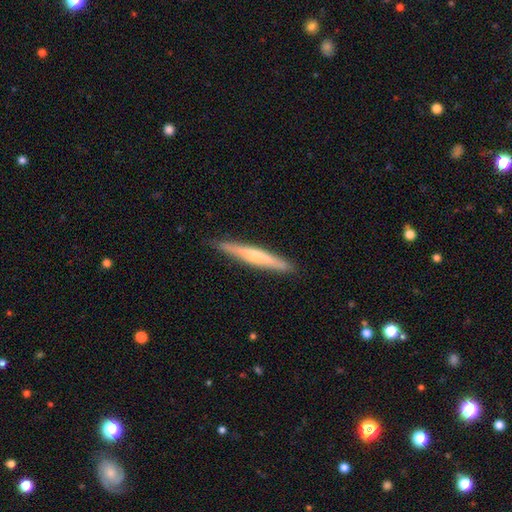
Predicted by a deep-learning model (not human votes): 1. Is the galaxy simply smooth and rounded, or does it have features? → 51% featured or disk, 44% smooth, 5% star or artifact.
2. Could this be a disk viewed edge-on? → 96% yes, 4% no.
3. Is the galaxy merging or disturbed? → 90% none, 8% minor disturbance, 1% major disturbance, 1% merger.